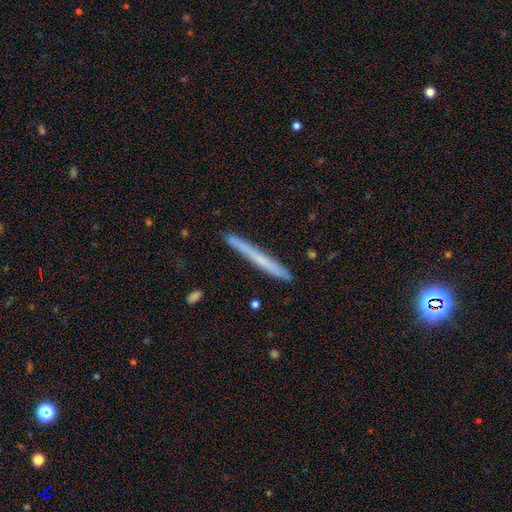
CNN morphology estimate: A smooth galaxy with no disk features (48%).

Vote fractions:
- Smooth or featured? smooth: 48% / featured or disk: 43% / star or artifact: 9%
- Merging? none: 90% / minor disturbance: 8% / major disturbance: 1% / merger: 1%